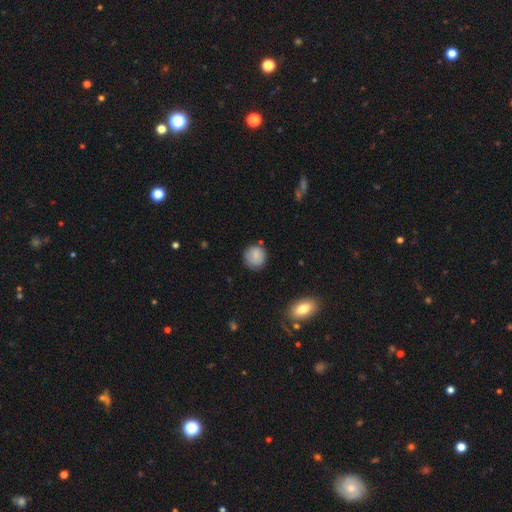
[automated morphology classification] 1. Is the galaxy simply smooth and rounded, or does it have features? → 82% smooth, 10% featured or disk, 8% star or artifact.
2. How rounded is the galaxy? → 88% round, 11% in between, 1% cigar-shaped.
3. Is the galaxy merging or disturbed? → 79% none, 15% minor disturbance, 3% major disturbance, 2% merger.